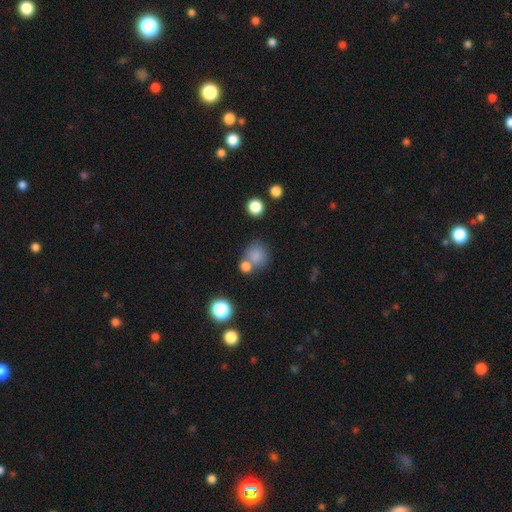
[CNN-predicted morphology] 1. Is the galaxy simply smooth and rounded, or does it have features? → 80% smooth, 13% star or artifact, 8% featured or disk.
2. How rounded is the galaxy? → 85% round, 14% in between, 1% cigar-shaped.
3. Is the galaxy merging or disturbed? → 59% none, 24% merger, 11% minor disturbance, 5% major disturbance.